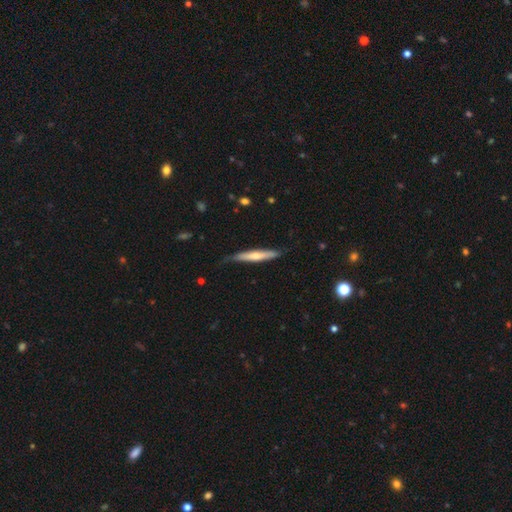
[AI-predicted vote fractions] Smooth or featured? Predicted: smooth (p=0.52). How rounded? Predicted: cigar-shaped (p=0.92). Merging? Predicted: none (p=0.71).